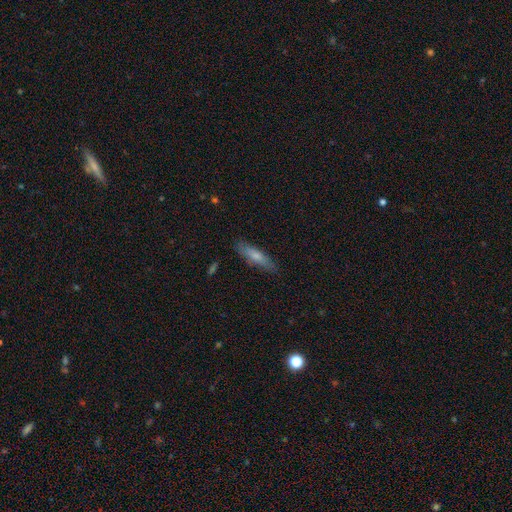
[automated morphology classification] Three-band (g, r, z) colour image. It shows a smooth galaxy with no disk features (72%) that is cigar-shaped (74%). Merging: none (82%).